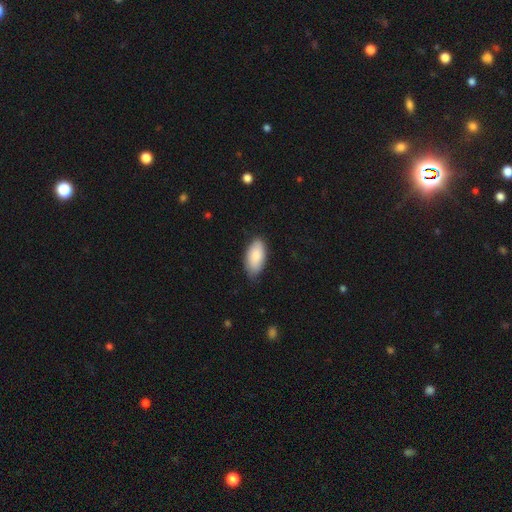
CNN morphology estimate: Overall: smooth (84%). How rounded: in between (94%). Merging: none (78%).